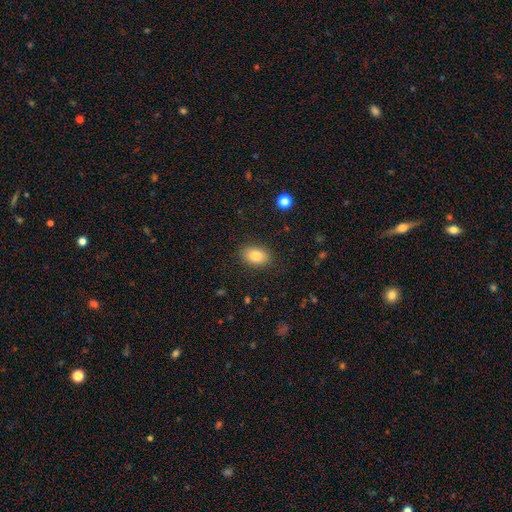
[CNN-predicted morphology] Smooth or featured? smooth (84%)
How rounded? in between (87%)
Merging? none (86%)